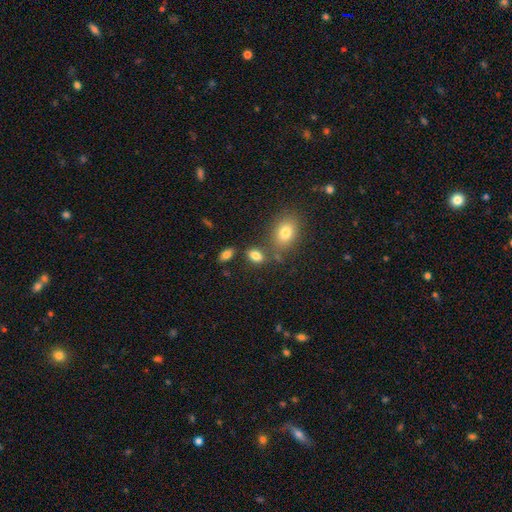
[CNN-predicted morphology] Overall: smooth (81%). How rounded: in between (87%). Merging: none (69%).